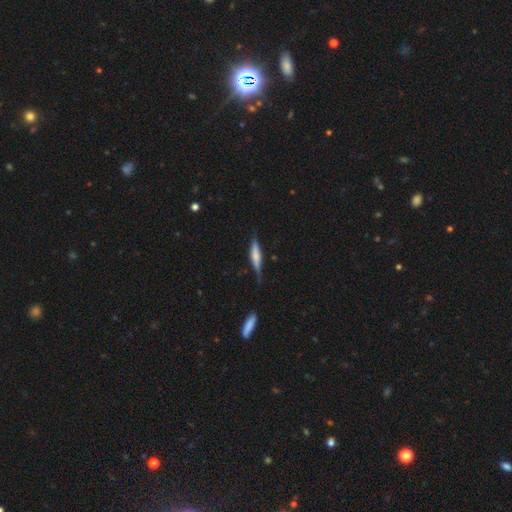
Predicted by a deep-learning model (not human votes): Smooth or featured? Predicted: smooth (p=0.48). Merging? Predicted: none (p=0.74).